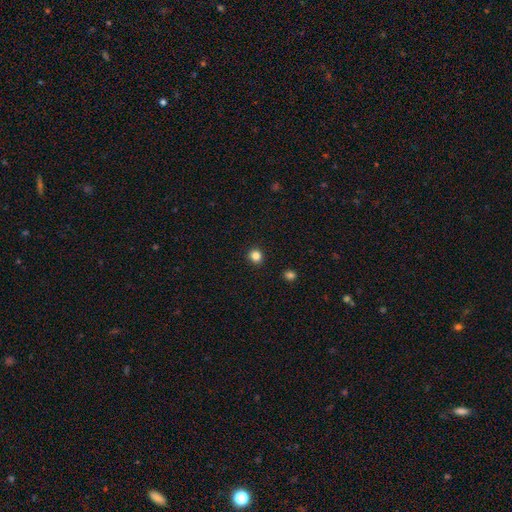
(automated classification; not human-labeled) Morphology: type=smooth (84%); roundness=round (86%); merging=none (92%).